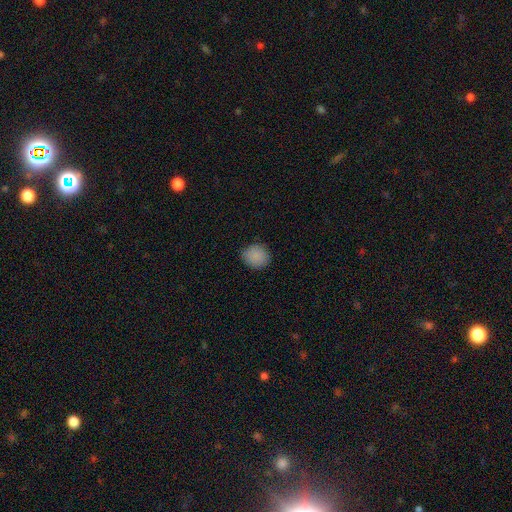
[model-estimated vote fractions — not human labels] smooth 88%, star or artifact 9%, featured or disk 4%. Down the decision tree: how rounded — round (81%); merging — none (86%).